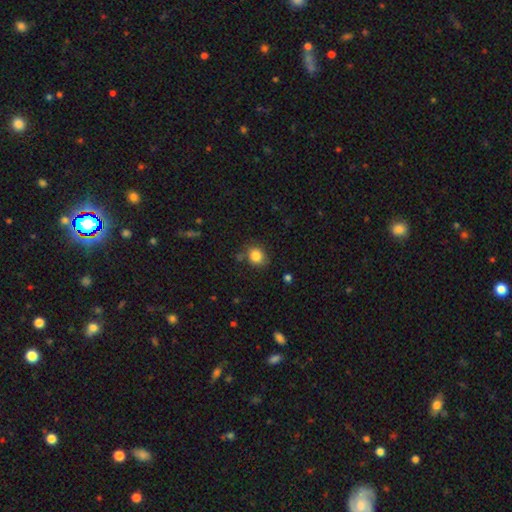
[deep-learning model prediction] Smooth or featured?
  - smooth: 84% *
  - star or artifact: 11%
  - featured or disk: 6%
How rounded?
  - round: 74% *
  - in between: 25%
  - cigar-shaped: 1%
Merging?
  - none: 77% *
  - minor disturbance: 15%
  - merger: 4%
  - major disturbance: 4%